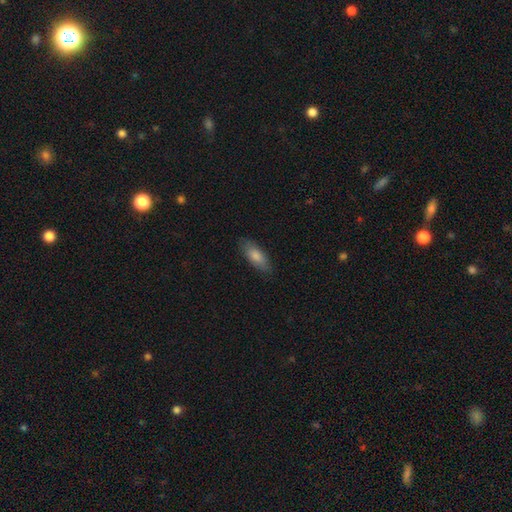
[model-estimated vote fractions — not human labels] This is likely a smooth galaxy (79%). How rounded: likely in between (71%). Merging: clearly none (85%).